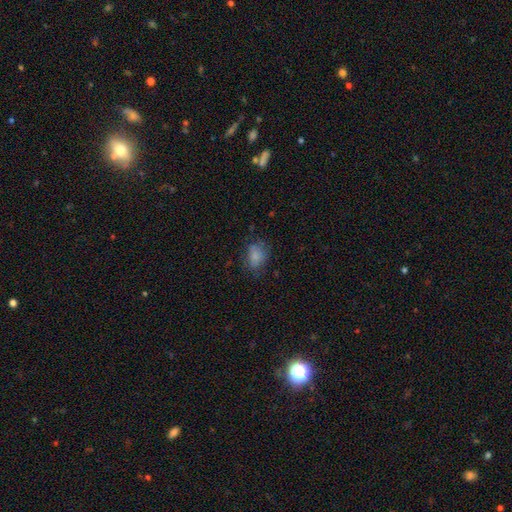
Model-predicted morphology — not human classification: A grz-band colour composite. It shows a smooth galaxy with no disk features (77%) that is in between round and cigar-shaped (72%). Merging: none (62%).